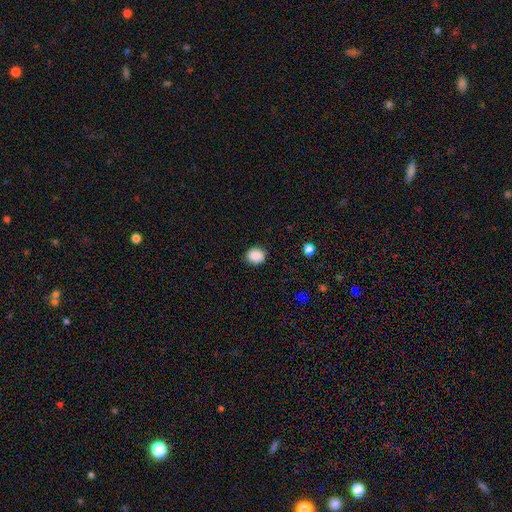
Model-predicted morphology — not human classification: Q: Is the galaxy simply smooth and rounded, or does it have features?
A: smooth — 89%.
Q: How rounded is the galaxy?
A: round — 66%.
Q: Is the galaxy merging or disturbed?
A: none — 89%.